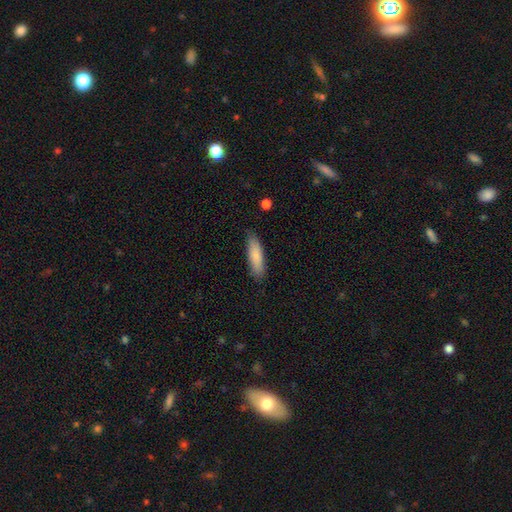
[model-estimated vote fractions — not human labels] Morphology: type=smooth (84%); roundness=cigar-shaped (62%); merging=none (82%).